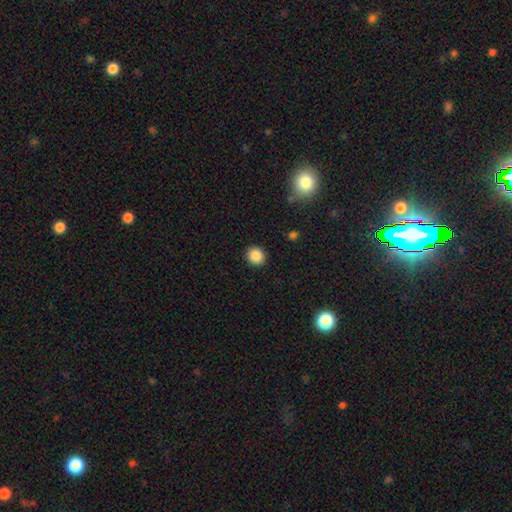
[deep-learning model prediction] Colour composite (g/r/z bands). It shows a smooth galaxy with no disk features (87%) that is round (82%). Merging: none (91%).